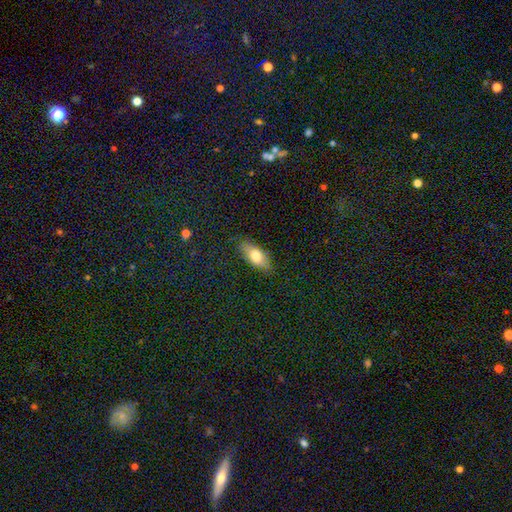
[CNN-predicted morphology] smooth-or-featured: smooth: 74% | featured or disk: 19% | star or artifact: 7%
  how-rounded: in between: 83% | cigar-shaped: 14% | round: 3%
  merging: none: 83% | minor disturbance: 13% | major disturbance: 3% | merger: 1%